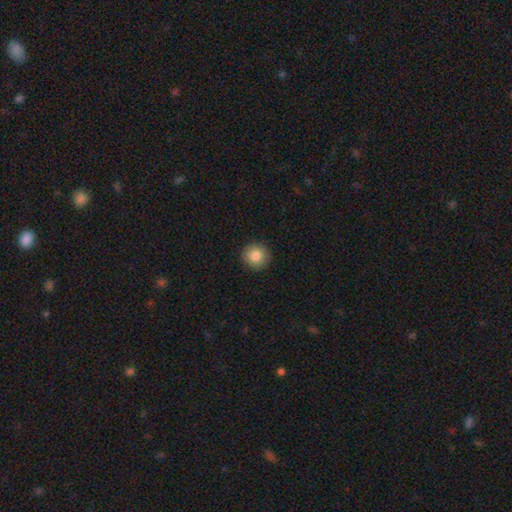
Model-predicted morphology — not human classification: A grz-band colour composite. It shows a smooth galaxy with no disk features (84%) that is round (94%). Merging: none (91%).